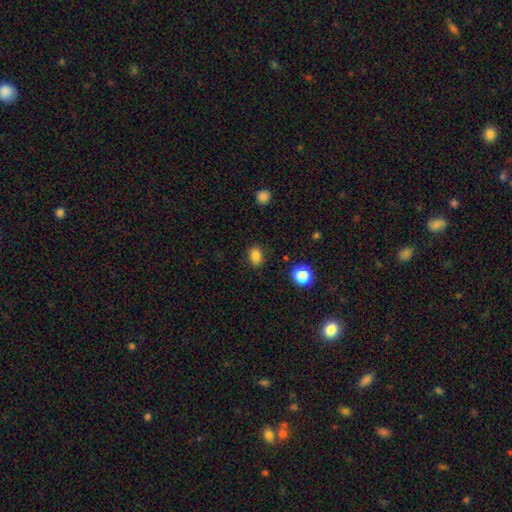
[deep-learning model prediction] Morphology: type=smooth (83%); roundness=in between (54%); merging=none (86%).